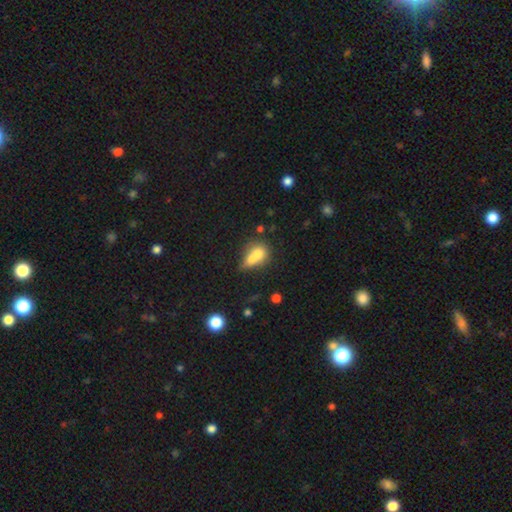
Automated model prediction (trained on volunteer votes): Smooth or featured: smooth — 69% (featured or disk — 20%)
How rounded: in between — 53% (round — 41%)
Merging: merger — 58% (none — 24%)